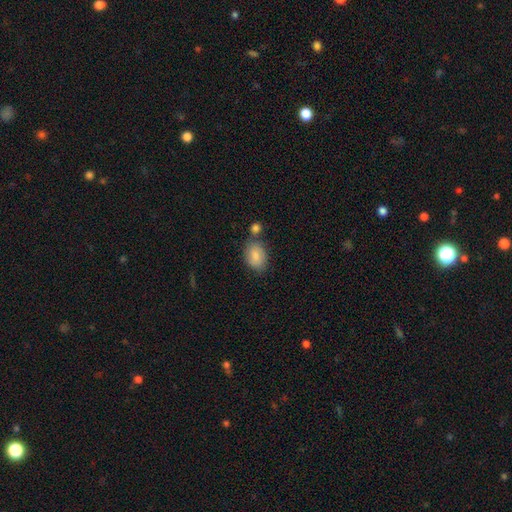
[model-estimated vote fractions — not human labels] Overall: smooth (85%). How rounded: in between (81%). Merging: none (63%).